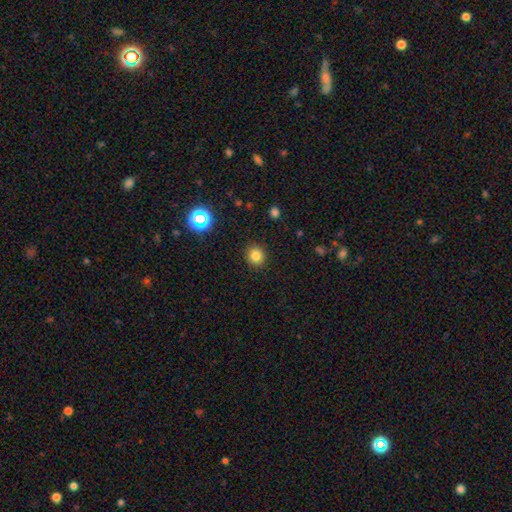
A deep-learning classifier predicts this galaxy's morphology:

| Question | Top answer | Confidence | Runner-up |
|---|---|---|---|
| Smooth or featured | smooth | 80% | star or artifact (15%) |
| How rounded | round | 87% | in between (13%) |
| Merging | none | 90% | minor disturbance (7%) |